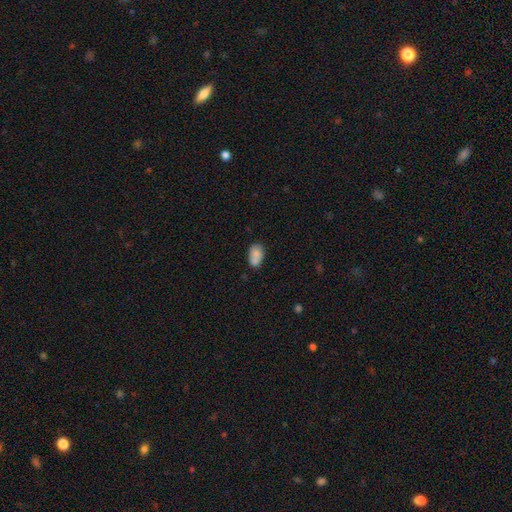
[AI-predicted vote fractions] Morphology: type=smooth (76%); roundness=in between (86%); merging=none (51%).